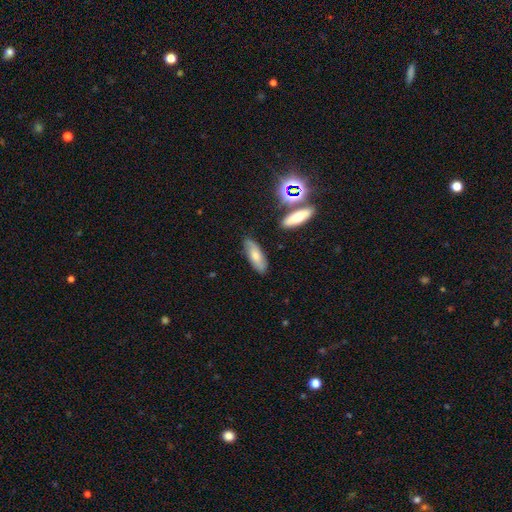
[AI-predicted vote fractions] smooth-or-featured: smooth: 66% | featured or disk: 26% | star or artifact: 8%
  how-rounded: in between: 65% | cigar-shaped: 33% | round: 2%
  merging: none: 78% | minor disturbance: 16% | major disturbance: 3% | merger: 3%